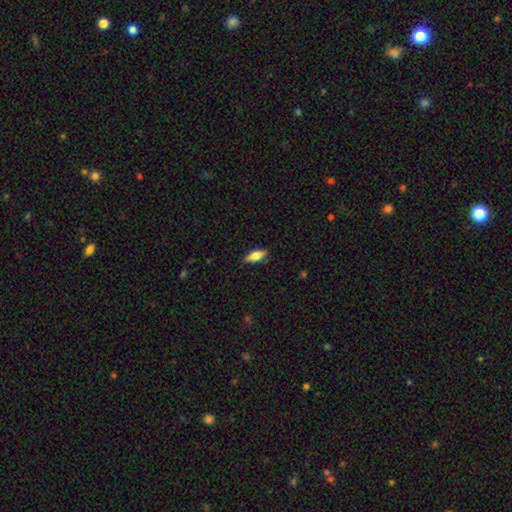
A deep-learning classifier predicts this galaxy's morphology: A smooth galaxy with no disk features (63%) that is in between round and cigar-shaped (66%). Merging: none (86%).